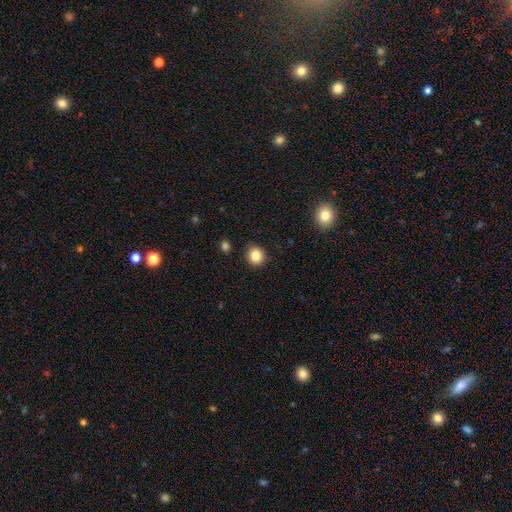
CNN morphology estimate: Smooth or featured? Predicted: smooth (p=0.85). How rounded? Predicted: round (p=0.86). Merging? Predicted: none (p=0.90).